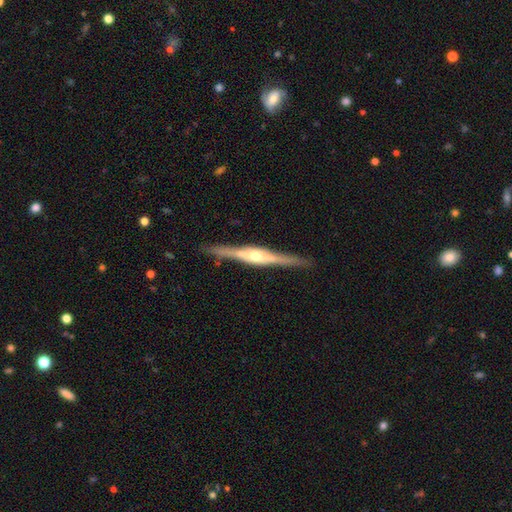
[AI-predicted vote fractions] A featured or disk galaxy (84%) viewed edge-on (98%) with a rounded central bulge (83%). Merging: none (90%).